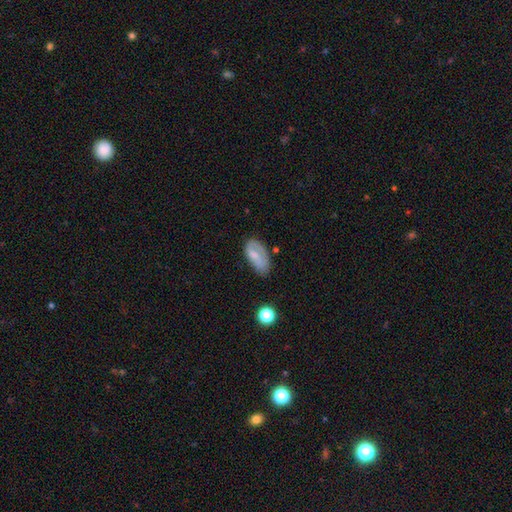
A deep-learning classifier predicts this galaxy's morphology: Smooth or featured: smooth — 60% (featured or disk — 32%)
How rounded: in between — 91% (round — 4%)
Merging: none — 56% (minor disturbance — 29%)